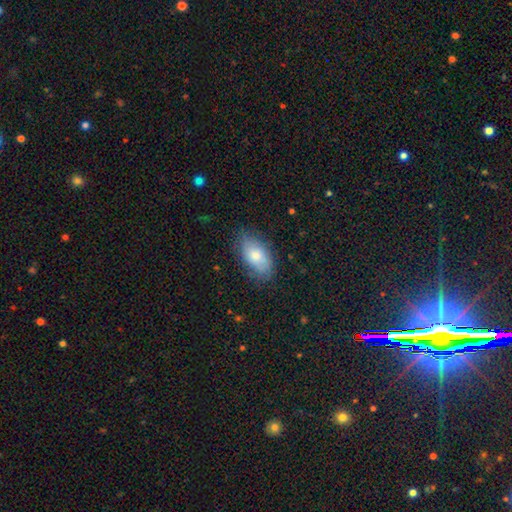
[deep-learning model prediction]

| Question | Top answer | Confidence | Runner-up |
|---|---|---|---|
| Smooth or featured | smooth | 73% | featured or disk (20%) |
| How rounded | in between | 93% | round (4%) |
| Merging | none | 77% | minor disturbance (17%) |